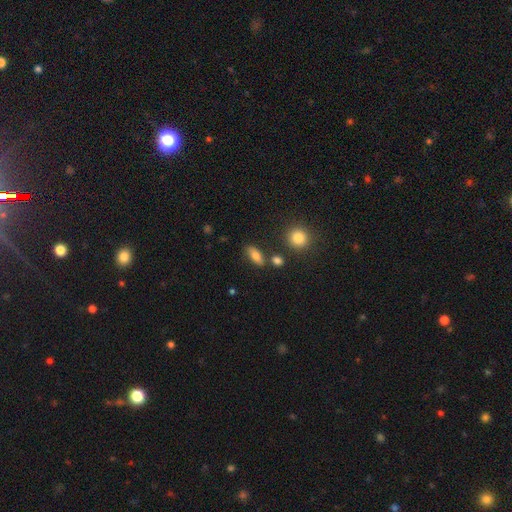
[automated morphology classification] Smooth or featured?
  - smooth: 75% *
  - featured or disk: 15%
  - star or artifact: 9%
How rounded?
  - in between: 75% *
  - cigar-shaped: 17%
  - round: 8%
Merging?
  - none: 78% *
  - minor disturbance: 12%
  - merger: 6%
  - major disturbance: 3%